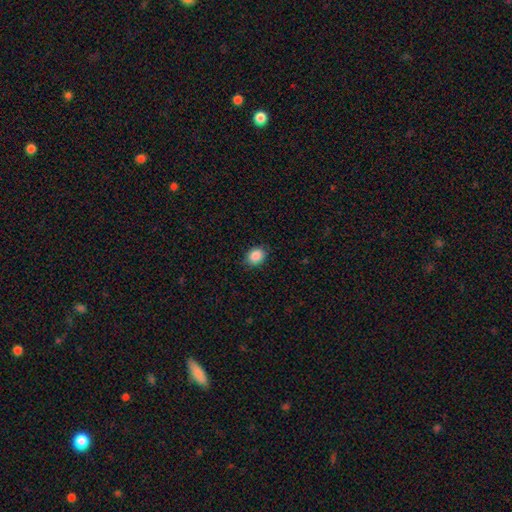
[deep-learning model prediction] Smooth or featured? smooth (88%)
How rounded? round (50%)
Merging? none (84%)